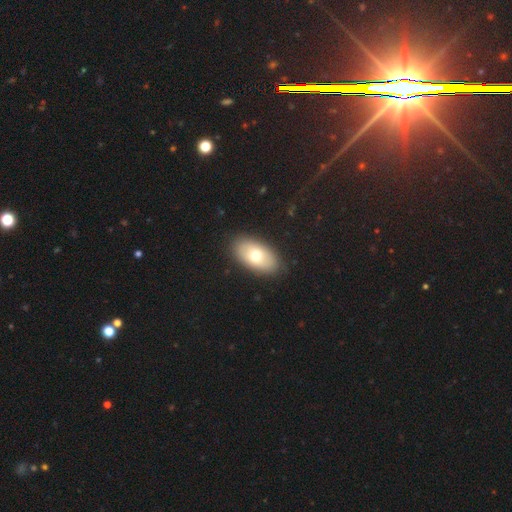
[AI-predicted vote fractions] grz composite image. It shows a smooth galaxy with no disk features (70%) that is in between round and cigar-shaped (93%). Merging: none (88%).